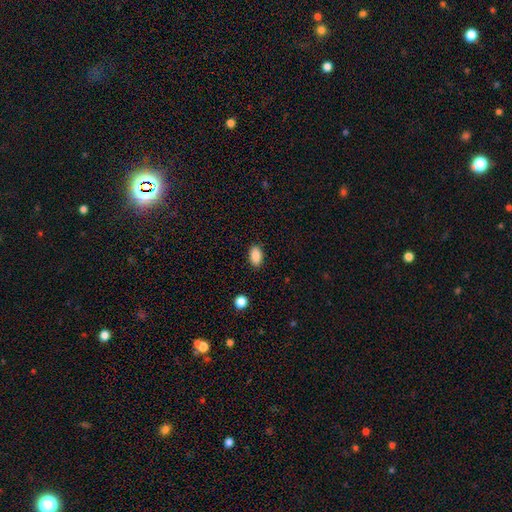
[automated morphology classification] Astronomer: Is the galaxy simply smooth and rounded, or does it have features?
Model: smooth — 89%.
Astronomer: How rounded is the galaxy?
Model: in between — 92%.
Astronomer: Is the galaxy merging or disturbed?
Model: none — 87%.